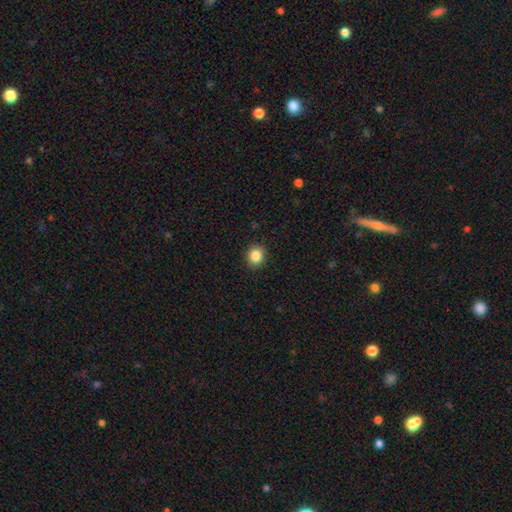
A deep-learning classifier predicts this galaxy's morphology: Smooth or featured: smooth — 86% (star or artifact — 10%)
How rounded: round — 74% (in between — 25%)
Merging: none — 91% (minor disturbance — 6%)